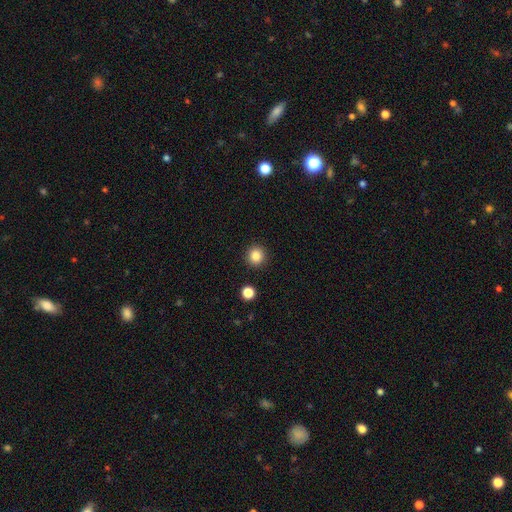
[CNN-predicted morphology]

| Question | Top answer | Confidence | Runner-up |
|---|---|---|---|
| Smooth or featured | smooth | 85% | star or artifact (11%) |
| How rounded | round | 93% | in between (6%) |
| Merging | none | 92% | minor disturbance (5%) |